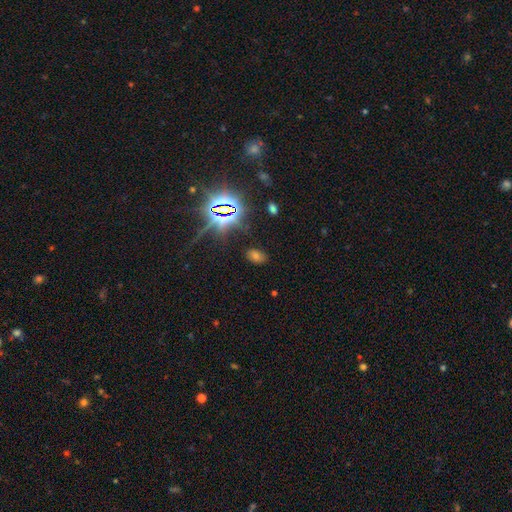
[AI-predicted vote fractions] Smooth or featured? star or artifact (53%)